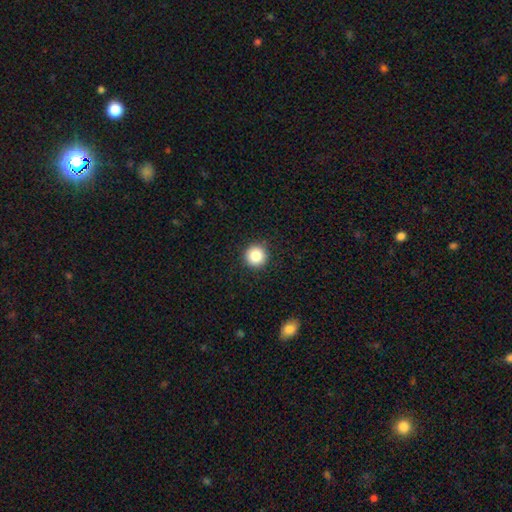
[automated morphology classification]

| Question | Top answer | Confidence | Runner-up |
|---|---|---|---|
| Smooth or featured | smooth | 84% | star or artifact (10%) |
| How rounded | round | 96% | in between (3%) |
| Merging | none | 92% | minor disturbance (5%) |